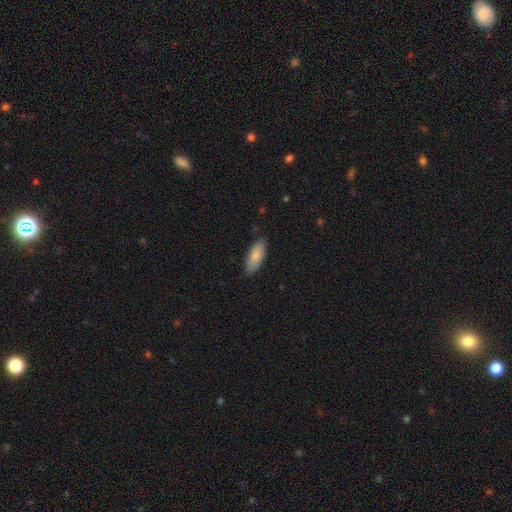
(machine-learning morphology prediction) smooth_or_featured: smooth (p=0.84) [alt: featured or disk p=0.11]
how_rounded: in between (p=0.80) [alt: cigar-shaped p=0.19]
merging: none (p=0.81) [alt: minor disturbance p=0.15]